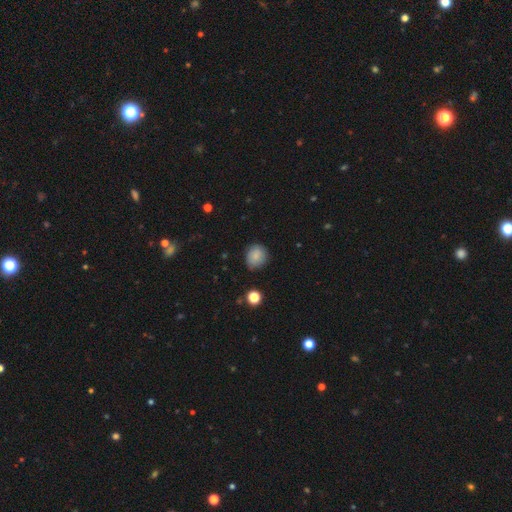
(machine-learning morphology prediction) smooth_or_featured: smooth (p=0.82) [alt: star or artifact p=0.10]
how_rounded: round (p=0.78) [alt: in between p=0.21]
merging: none (p=0.77) [alt: minor disturbance p=0.18]